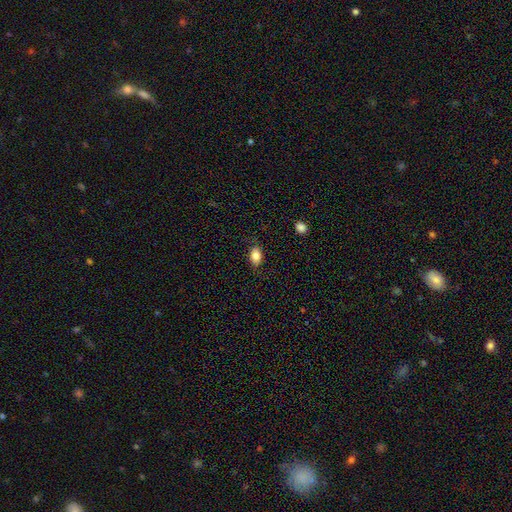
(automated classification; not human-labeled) The model was most divided on "merging": none: 85%, minor disturbance: 12%, major disturbance: 3%, merger: 1%. More confident: how rounded — in between (85%); smooth or featured — smooth (83%).